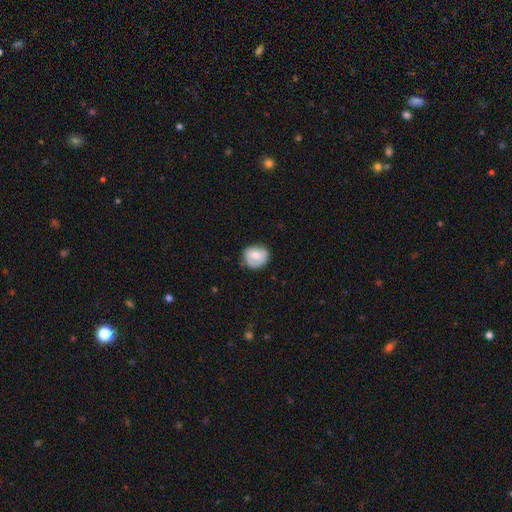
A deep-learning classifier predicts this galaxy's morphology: A smooth galaxy with no disk features (62%) that is round (77%). Merging: none (72%).